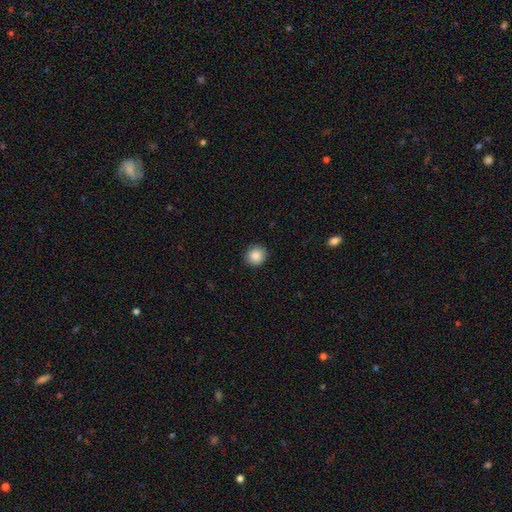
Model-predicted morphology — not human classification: Smooth or featured?
  - smooth: 88% *
  - star or artifact: 9%
  - featured or disk: 4%
How rounded?
  - round: 87% *
  - in between: 12%
  - cigar-shaped: 1%
Merging?
  - none: 90% *
  - minor disturbance: 7%
  - major disturbance: 2%
  - merger: 1%